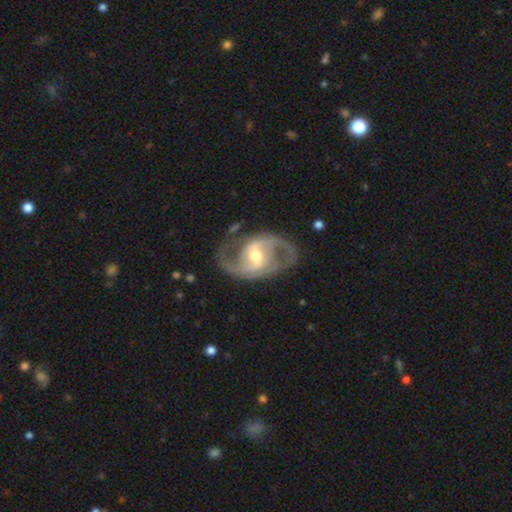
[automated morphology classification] Smooth or featured: featured or disk — 90% (smooth — 6%)
Edge-on disk: no — 97% (yes — 3%)
Bar: weak — 45% (strong — 36%)
Spiral arms: yes — 95% (no — 5%)
Spiral winding: medium — 56% (loose — 27%)
Spiral arm count: 2 — 91% (can't tell — 3%)
Bulge size: moderate — 62% (small — 30%)
Merging: none — 76% (minor disturbance — 14%)